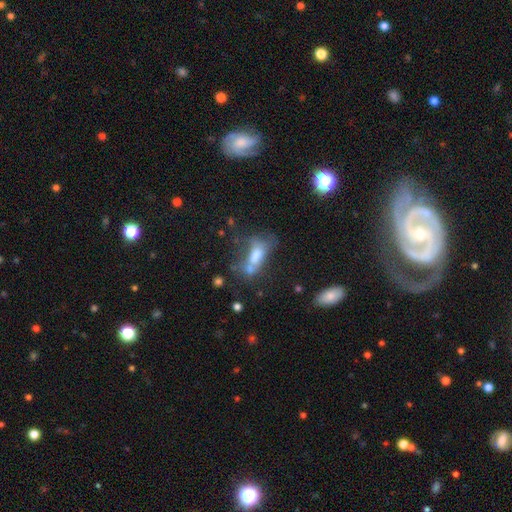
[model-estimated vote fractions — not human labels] smooth_or_featured: smooth (p=0.54) [alt: featured or disk p=0.34]
how_rounded: in between (p=0.75) [alt: cigar-shaped p=0.18]
merging: merger (p=0.29) [alt: none p=0.27]